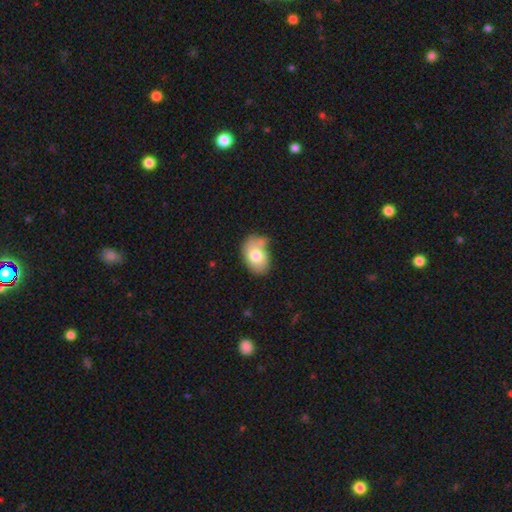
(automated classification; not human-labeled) This appears to be a smooth galaxy with no disk features (75%) that is in between round and cigar-shaped (81%). Merging: none (48%).